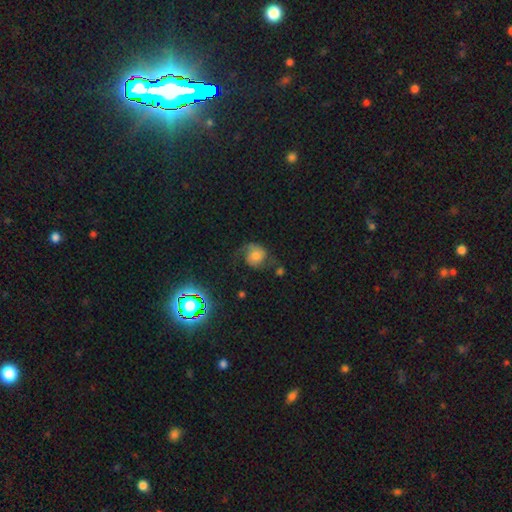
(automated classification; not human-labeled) featured or disk 50%, smooth 38%, star or artifact 12%. Down the decision tree: merging — none (49%).